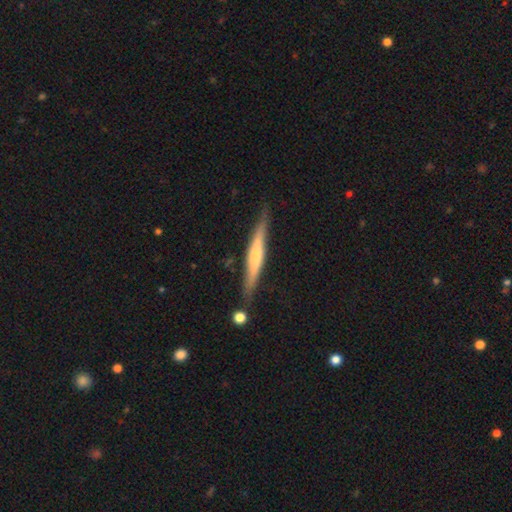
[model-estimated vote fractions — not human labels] Overall: featured or disk (55%; smooth 39%). Edge-on disk: yes (95%). Edge-on bulge: rounded (54%; none 30%). Merging: none (82%).